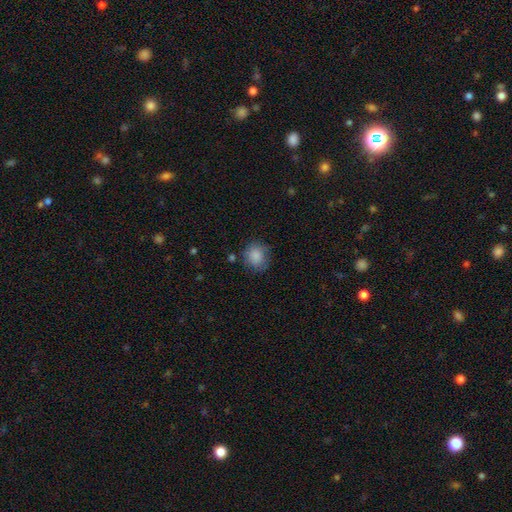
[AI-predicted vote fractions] Smooth or featured? smooth (86%)
How rounded? round (79%)
Merging? none (73%)